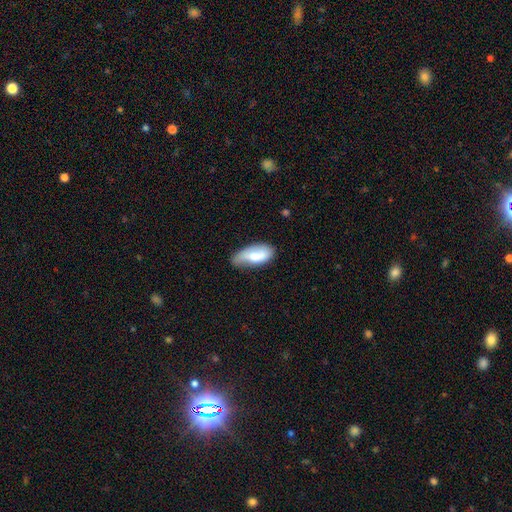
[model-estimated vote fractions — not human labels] Morphology: type=smooth (66%); roundness=in between (88%); merging=none (53%).